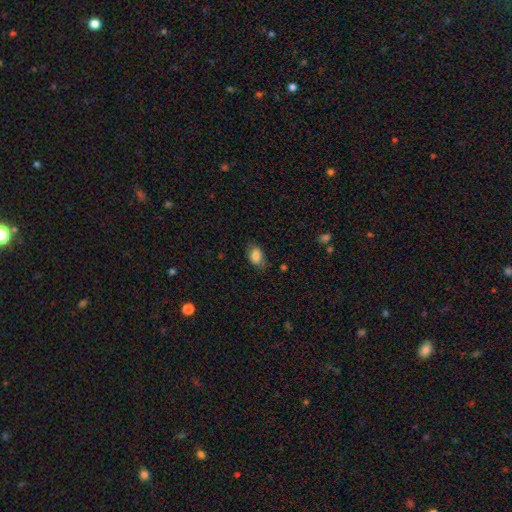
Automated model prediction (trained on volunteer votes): This appears to be a smooth galaxy with no disk features (79%) that is in between round and cigar-shaped (87%). Merging: none (70%).